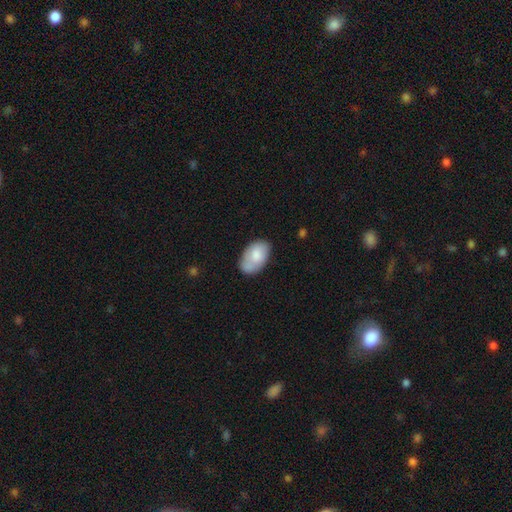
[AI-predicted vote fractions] A smooth galaxy with no disk features (76%) that is in between round and cigar-shaped (93%). Merging: none (62%).